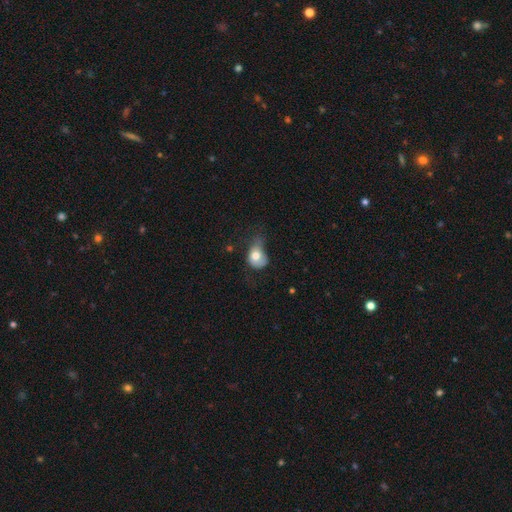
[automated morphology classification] Overall: smooth (74%). How rounded: in between (57%; round 41%). Merging: minor disturbance (38%, tied with major disturbance).